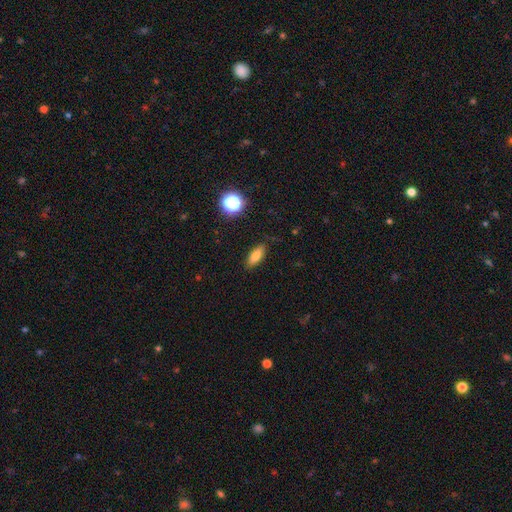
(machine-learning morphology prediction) Smooth or featured? smooth (79%)
How rounded? in between (72%)
Merging? none (85%)